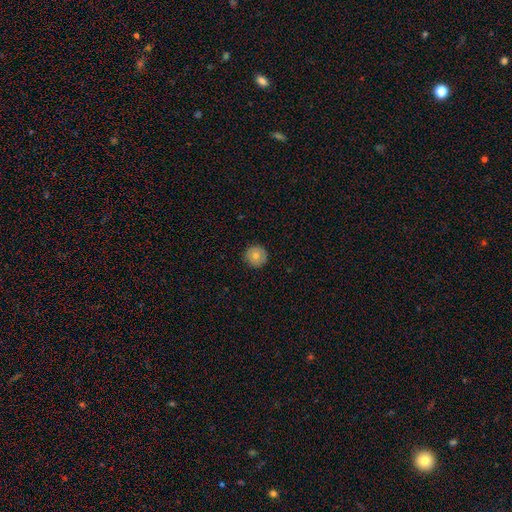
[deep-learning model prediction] A smooth galaxy with no disk features (76%) that is round (96%).

Vote fractions:
- Smooth or featured? smooth: 76% / featured or disk: 16% / star or artifact: 8%
- How rounded? round: 96% / in between: 3% / cigar-shaped: 1%
- Merging? none: 92% / minor disturbance: 6% / major disturbance: 2% / merger: 1%